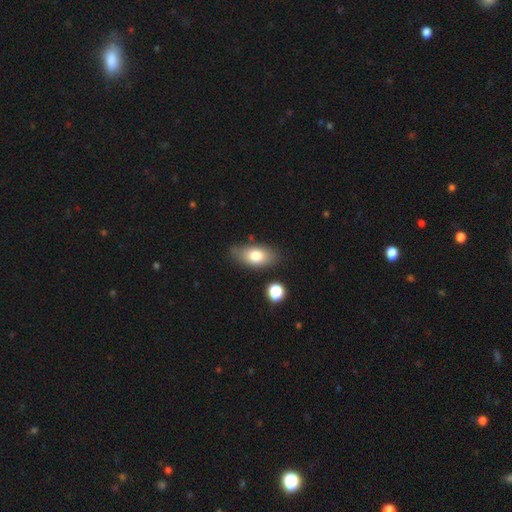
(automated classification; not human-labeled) The model was most divided on "merging": none: 75%, minor disturbance: 17%, merger: 4%, major disturbance: 4%. More confident: how rounded — in between (88%); smooth or featured — smooth (77%).